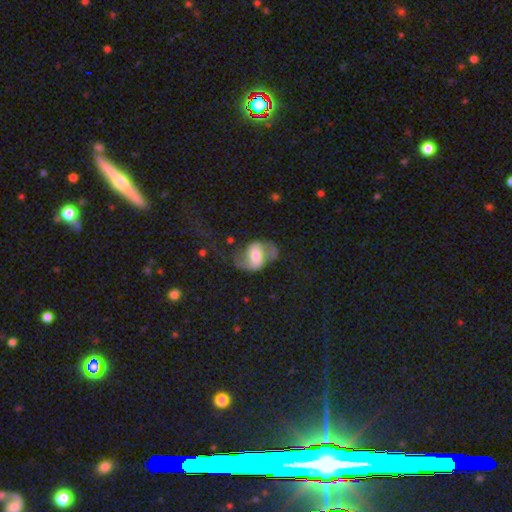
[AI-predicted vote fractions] A featured or disk galaxy (55%) with a weak bar (39%), spiral arms (68%) and a moderate central bulge (53%).

Vote fractions:
- Smooth or featured? featured or disk: 55% / smooth: 38% / star or artifact: 8%
- Edge-on disk? no: 95% / yes: 5%
- Bar? weak: 39% / no: 37% / strong: 24%
- Spiral arms? yes: 68% / no: 32%
- Bulge size? moderate: 53% / large: 22% / small: 19% / none: 3% / dominant: 3%
- Merging? none: 40% / major disturbance: 32% / minor disturbance: 24% / merger: 4%